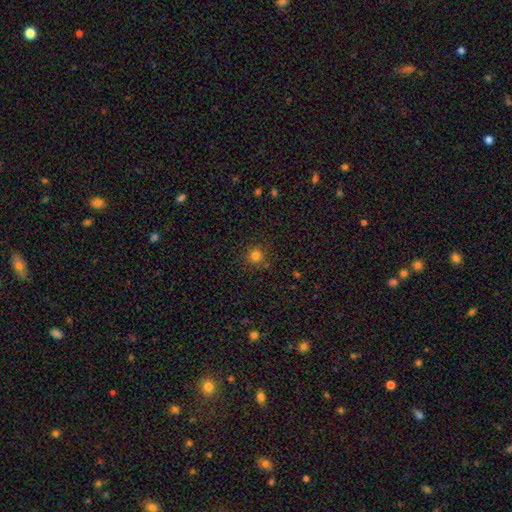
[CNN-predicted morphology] A smooth galaxy with no disk features (80%) that is round (94%).

Vote fractions:
- Smooth or featured? smooth: 80% / star or artifact: 15% / featured or disk: 5%
- How rounded? round: 94% / in between: 5% / cigar-shaped: 1%
- Merging? none: 86% / minor disturbance: 8% / major disturbance: 3% / merger: 3%